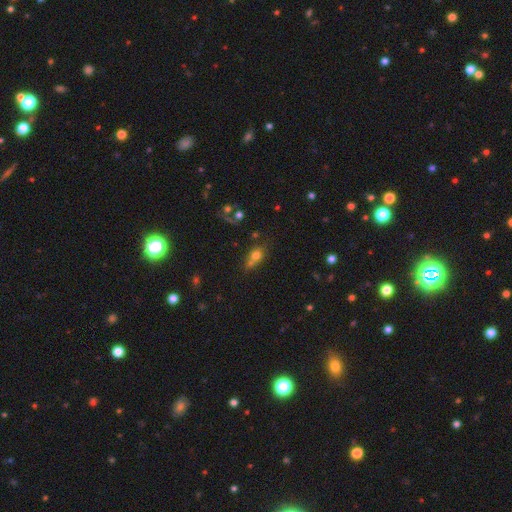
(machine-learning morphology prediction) Smooth or featured? Predicted: smooth (p=0.69). How rounded? Predicted: round (p=0.54). Merging? Predicted: none (p=0.40).